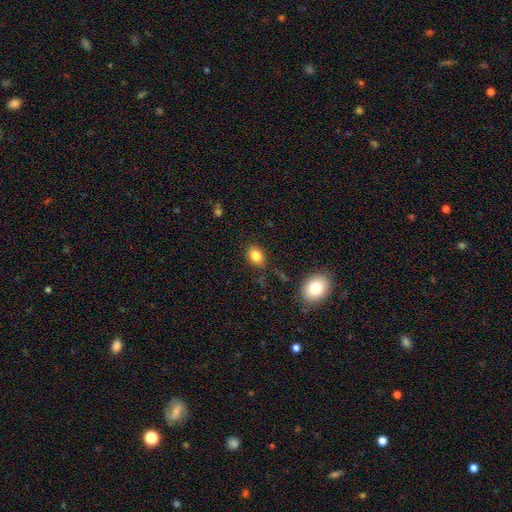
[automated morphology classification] smooth_or_featured: smooth (p=0.83) [alt: star or artifact p=0.10]
how_rounded: in between (p=0.68) [alt: round p=0.30]
merging: none (p=0.80) [alt: minor disturbance p=0.13]